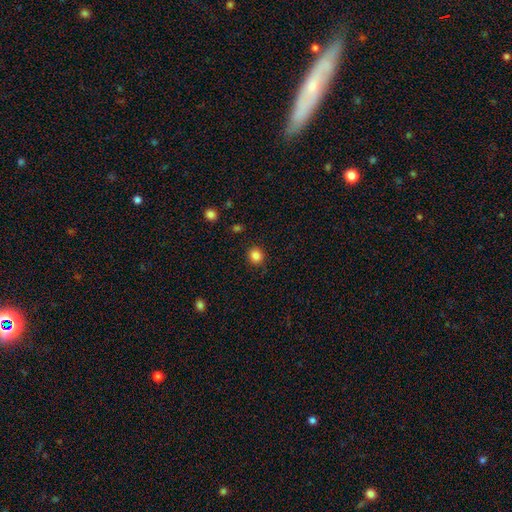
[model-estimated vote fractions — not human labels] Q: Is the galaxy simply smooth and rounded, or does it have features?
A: smooth — 85%.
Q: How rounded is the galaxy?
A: round — 84%.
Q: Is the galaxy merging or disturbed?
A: none — 89%.